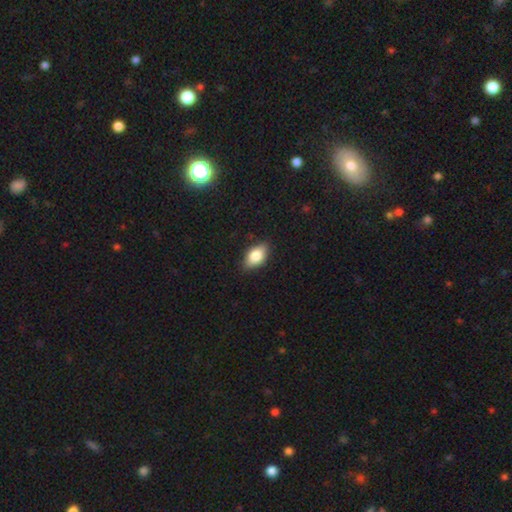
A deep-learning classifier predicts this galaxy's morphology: Smooth or featured? smooth (77%)
How rounded? in between (88%)
Merging? none (84%)